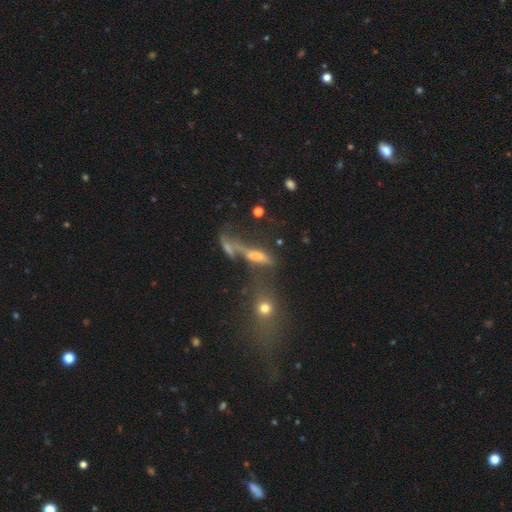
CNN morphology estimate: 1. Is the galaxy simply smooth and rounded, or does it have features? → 45% featured or disk, 35% smooth, 20% star or artifact.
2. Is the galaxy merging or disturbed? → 41% merger, 28% none, 18% major disturbance, 12% minor disturbance.